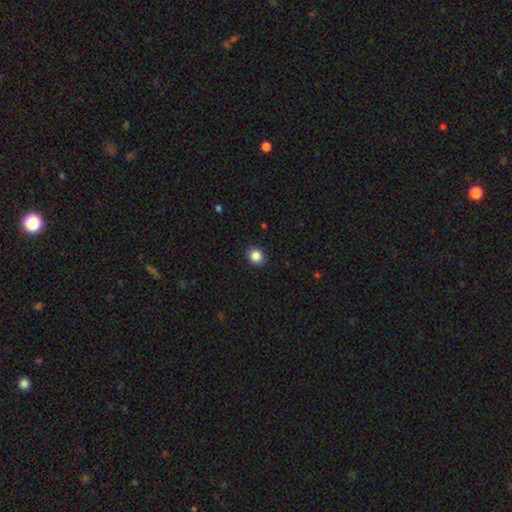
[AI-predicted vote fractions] smooth-or-featured: smooth: 86% | star or artifact: 10% | featured or disk: 4%
  how-rounded: round: 79% | in between: 20% | cigar-shaped: 1%
  merging: none: 91% | minor disturbance: 6% | major disturbance: 2% | merger: 1%